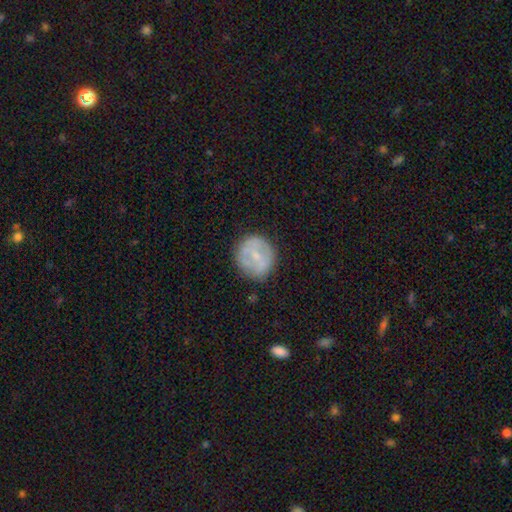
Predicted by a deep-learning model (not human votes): Smooth or featured?
  - smooth: 48% *
  - featured or disk: 45%
  - star or artifact: 7%
Merging?
  - none: 76% *
  - minor disturbance: 17%
  - major disturbance: 5%
  - merger: 2%